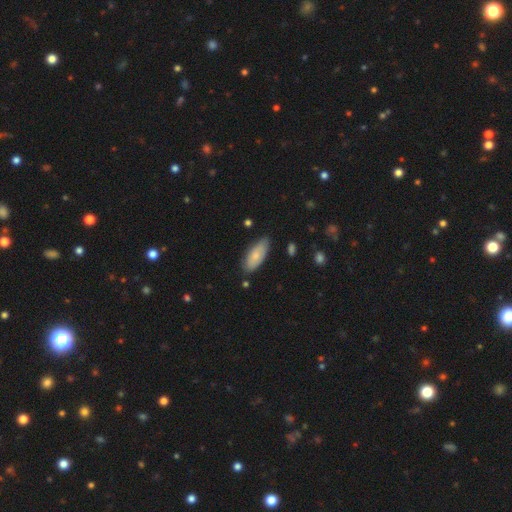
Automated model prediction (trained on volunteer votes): Morphology: type=smooth (75%); roundness=in between (83%); merging=none (77%).